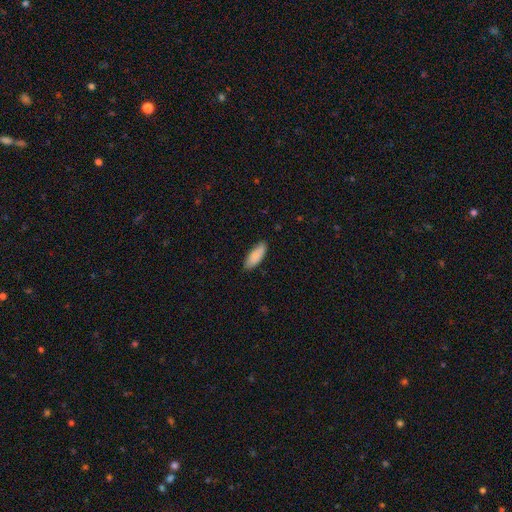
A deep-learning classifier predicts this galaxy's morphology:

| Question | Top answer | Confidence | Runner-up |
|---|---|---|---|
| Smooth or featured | smooth | 87% | featured or disk (7%) |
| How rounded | in between | 73% | cigar-shaped (26%) |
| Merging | none | 82% | minor disturbance (14%) |